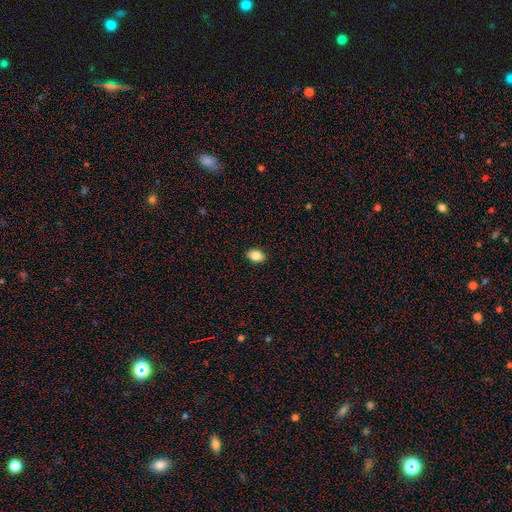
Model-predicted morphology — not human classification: A smooth galaxy with no disk features (84%) that is in between round and cigar-shaped (81%). Merging: none (90%).